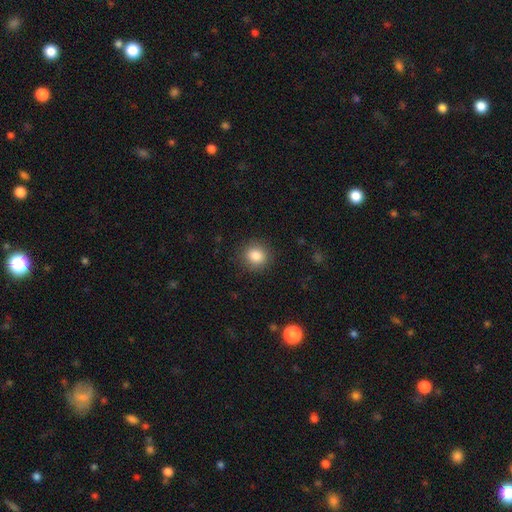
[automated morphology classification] This appears to be a smooth galaxy with no disk features (85%) that is round (83%). Merging: none (88%).